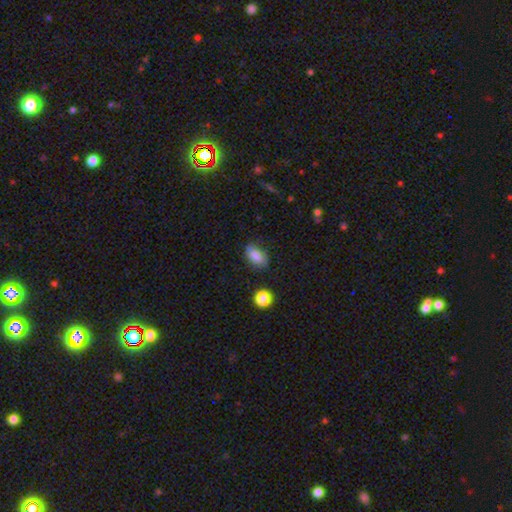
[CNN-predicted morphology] smooth 79%, featured or disk 11%, star or artifact 9%. Down the decision tree: how rounded — in between (87%); merging — none (71%).